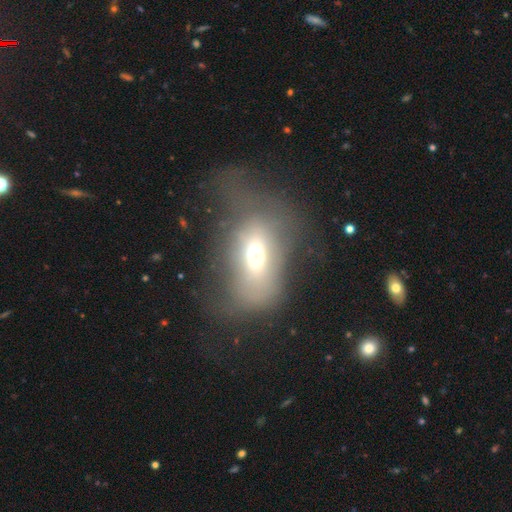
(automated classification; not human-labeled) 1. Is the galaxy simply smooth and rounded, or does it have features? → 56% smooth, 31% featured or disk, 14% star or artifact.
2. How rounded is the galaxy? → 76% in between, 20% round, 4% cigar-shaped.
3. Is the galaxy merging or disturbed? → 44% major disturbance, 30% none, 23% minor disturbance, 4% merger.